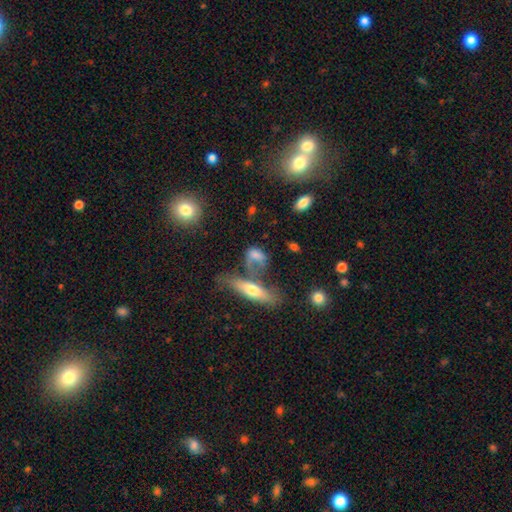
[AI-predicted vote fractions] Smooth or featured: smooth — 61% (featured or disk — 27%)
How rounded: in between — 62% (round — 22%)
Merging: none — 34% (merger — 29%)